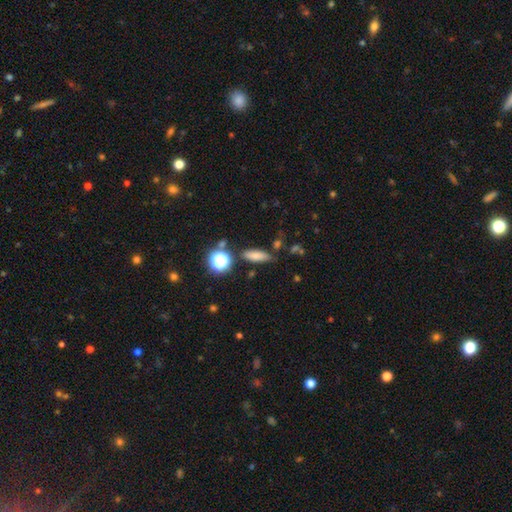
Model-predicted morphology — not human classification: The model was most divided on "how rounded": in between: 50%, cigar-shaped: 42%, round: 8%. More confident: merging — none (78%); smooth or featured — smooth (76%).